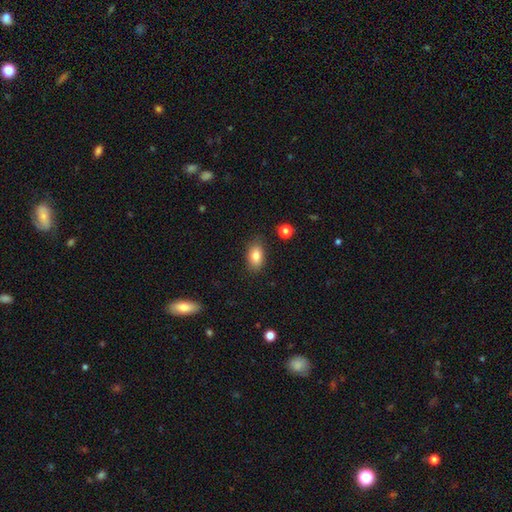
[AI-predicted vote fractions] Overall: smooth (83%). How rounded: in between (89%). Merging: none (82%).